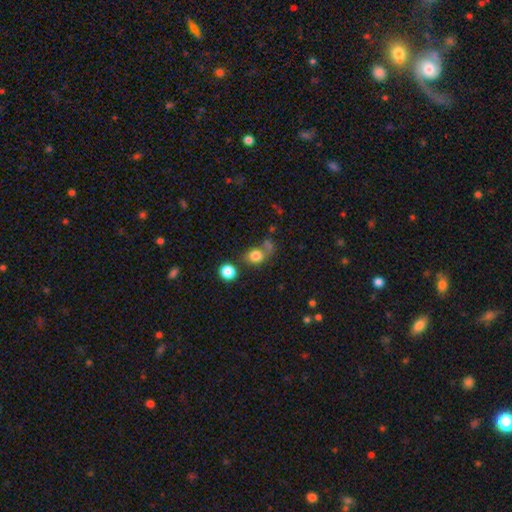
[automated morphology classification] This is likely a smooth galaxy (79%). How rounded: likely round (62%). Merging: possibly none (51%).